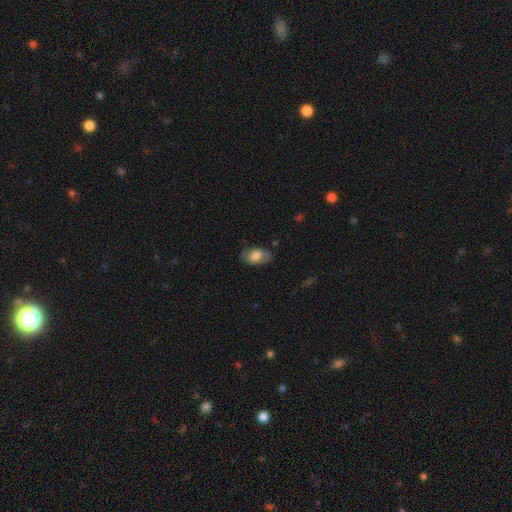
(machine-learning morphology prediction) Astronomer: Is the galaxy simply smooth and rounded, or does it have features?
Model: smooth — 72%.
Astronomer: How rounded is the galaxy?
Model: in between — 91%.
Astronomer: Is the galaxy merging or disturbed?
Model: none — 74%.